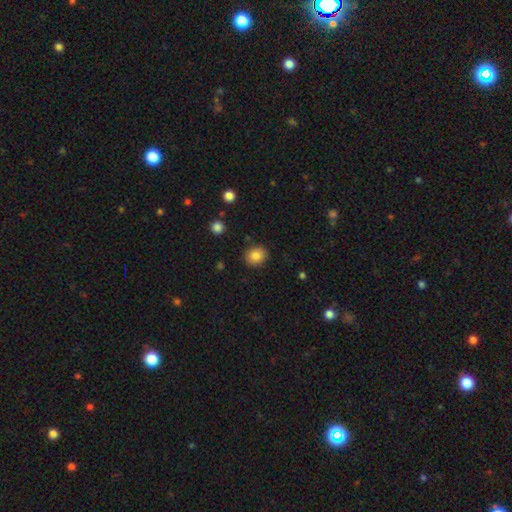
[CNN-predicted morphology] type=smooth (84%); roundness=round (67%); merging=none (88%).